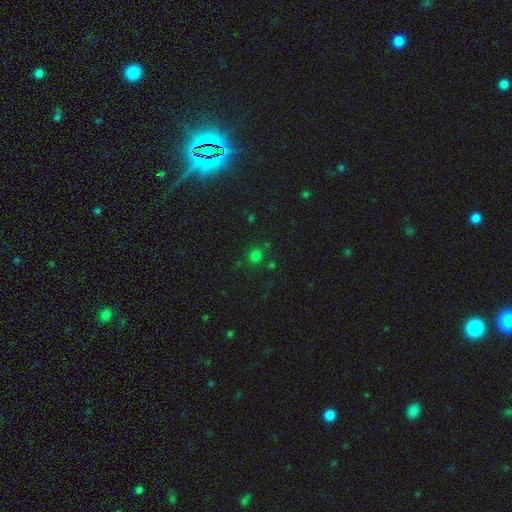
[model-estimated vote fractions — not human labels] Q: Smooth or featured?
A: smooth (72%); runner-up: star or artifact (23%)
Q: How rounded?
A: round (81%); runner-up: in between (18%)
Q: Merging?
A: none (80%); runner-up: minor disturbance (11%)